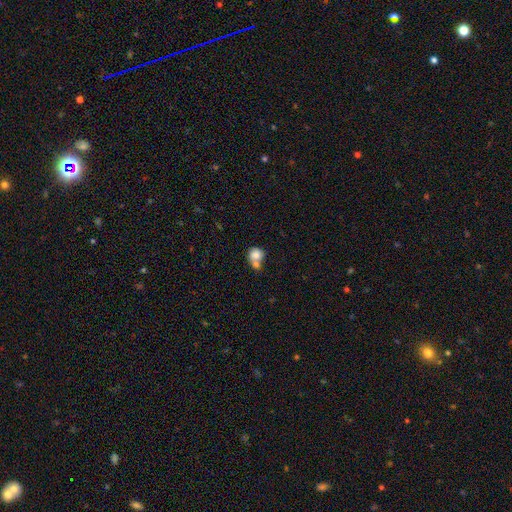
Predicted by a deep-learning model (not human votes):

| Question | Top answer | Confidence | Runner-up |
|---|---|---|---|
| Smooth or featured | smooth | 80% | featured or disk (12%) |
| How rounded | round | 76% | in between (23%) |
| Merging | merger | 56% | none (30%) |